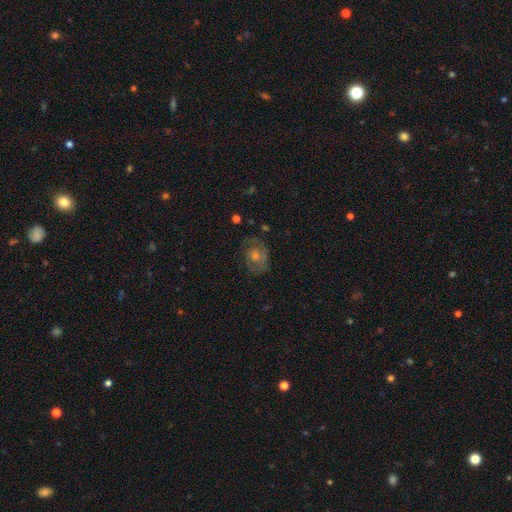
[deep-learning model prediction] Smooth or featured: featured or disk — 64% (smooth — 23%)
Edge-on disk: no — 97% (yes — 3%)
Bar: no — 77% (weak — 19%)
Spiral arms: yes — 80% (no — 20%)
Bulge size: moderate — 60% (small — 28%)
Merging: none — 71% (minor disturbance — 18%)